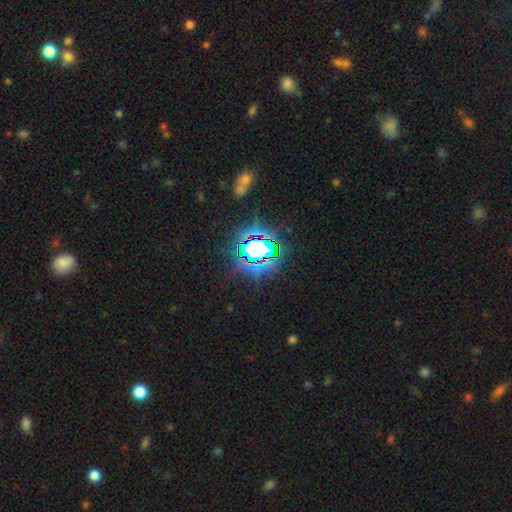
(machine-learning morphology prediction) star or artifact 78%, smooth 12%, featured or disk 9%.